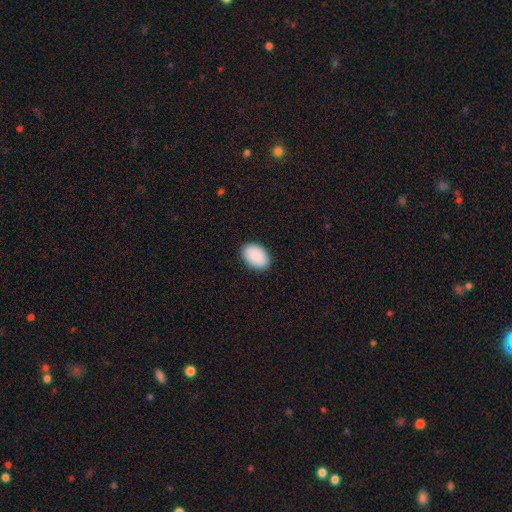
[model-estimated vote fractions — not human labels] Smooth or featured?
  - smooth: 91% *
  - star or artifact: 6%
  - featured or disk: 3%
How rounded?
  - in between: 90% *
  - round: 9%
  - cigar-shaped: 1%
Merging?
  - none: 89% *
  - minor disturbance: 8%
  - major disturbance: 2%
  - merger: 1%